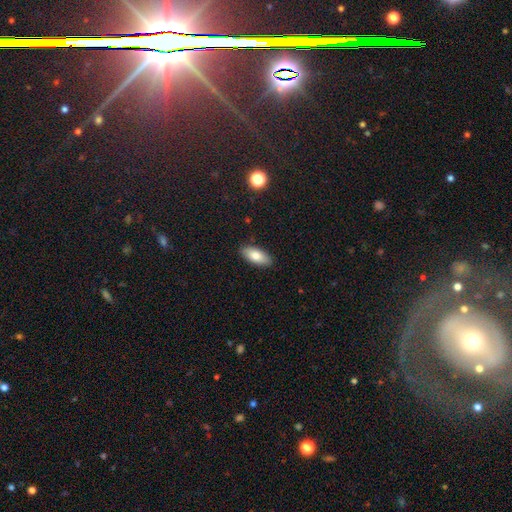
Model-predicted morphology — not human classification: The model was most divided on "smooth or featured": smooth: 80%, featured or disk: 14%, star or artifact: 7%. More confident: merging — none (89%); how rounded — in between (86%).